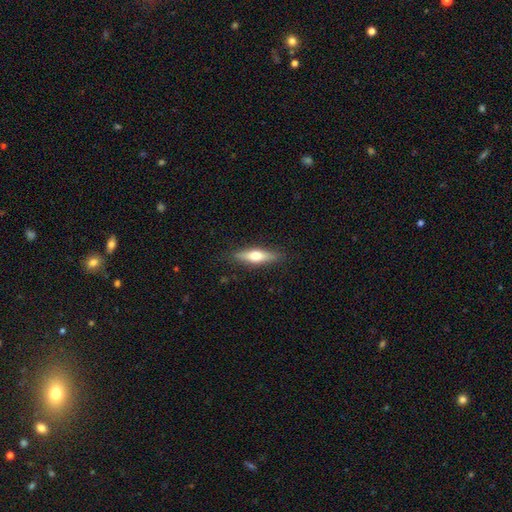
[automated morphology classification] smooth-or-featured: smooth: 51% | featured or disk: 43% | star or artifact: 6%
  how-rounded: cigar-shaped: 66% | in between: 31% | round: 2%
  merging: none: 88% | minor disturbance: 9% | major disturbance: 2% | merger: 1%